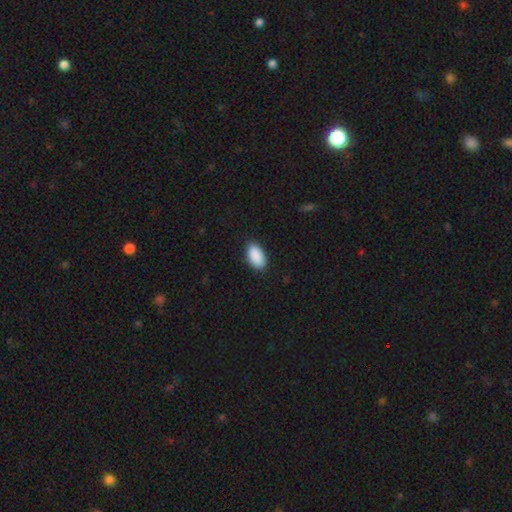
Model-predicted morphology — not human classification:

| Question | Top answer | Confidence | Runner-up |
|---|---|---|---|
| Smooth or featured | smooth | 91% | star or artifact (6%) |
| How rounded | in between | 95% | round (3%) |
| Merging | none | 88% | minor disturbance (9%) |